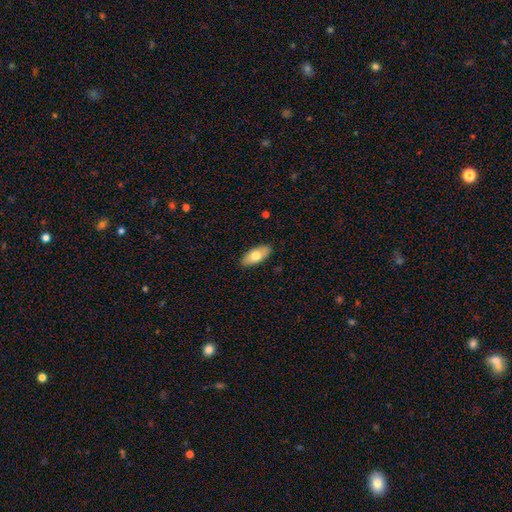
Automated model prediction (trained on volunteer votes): This appears to be a smooth galaxy with no disk features (73%) that is in between round and cigar-shaped (90%). Merging: none (88%).